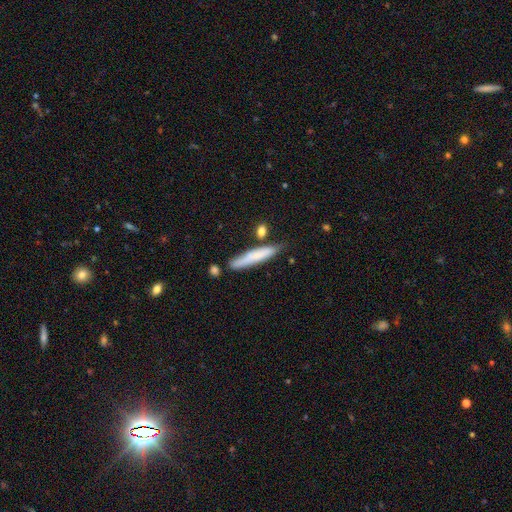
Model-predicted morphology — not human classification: Overall: smooth (72%). How rounded: cigar-shaped (91%). Merging: none (67%).